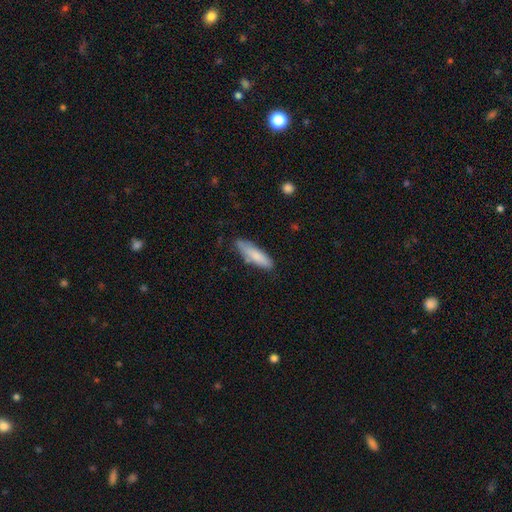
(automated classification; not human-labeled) Morphology: type=smooth (80%); roundness=cigar-shaped (65%); merging=none (73%).